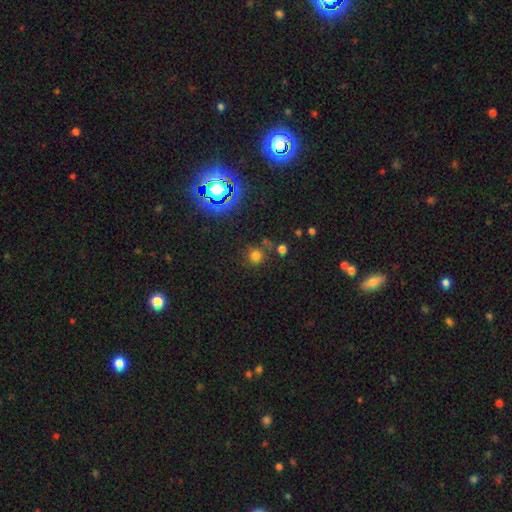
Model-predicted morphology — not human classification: The model was most divided on "smooth or featured": smooth: 66%, star or artifact: 27%, featured or disk: 7%. More confident: how rounded — round (91%); merging — none (75%).